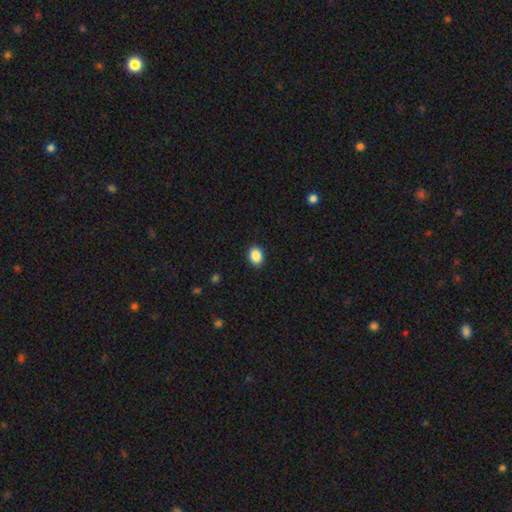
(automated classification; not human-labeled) Smooth or featured? Predicted: smooth (p=0.89). How rounded? Predicted: in between (p=0.59). Merging? Predicted: none (p=0.90).